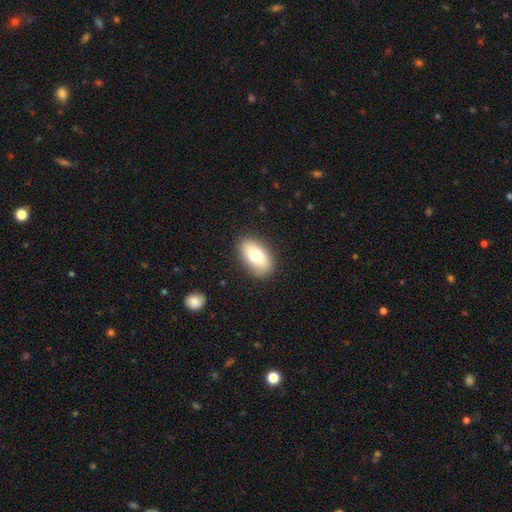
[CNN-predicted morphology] type=smooth (74%); roundness=in between (92%); merging=none (87%).